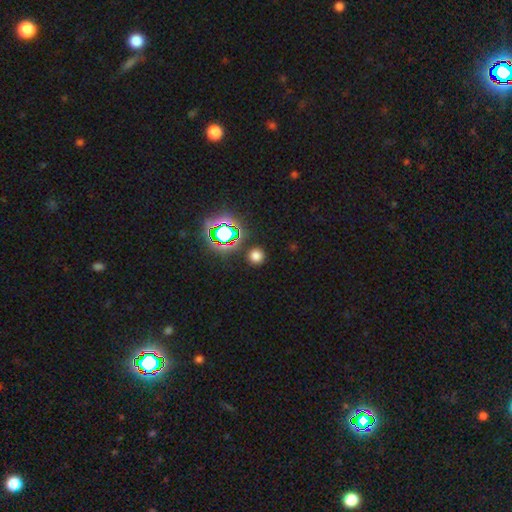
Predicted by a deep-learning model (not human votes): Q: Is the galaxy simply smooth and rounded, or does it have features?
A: smooth — 70%.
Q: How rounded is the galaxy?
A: round — 93%.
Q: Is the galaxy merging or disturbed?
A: none — 88%.